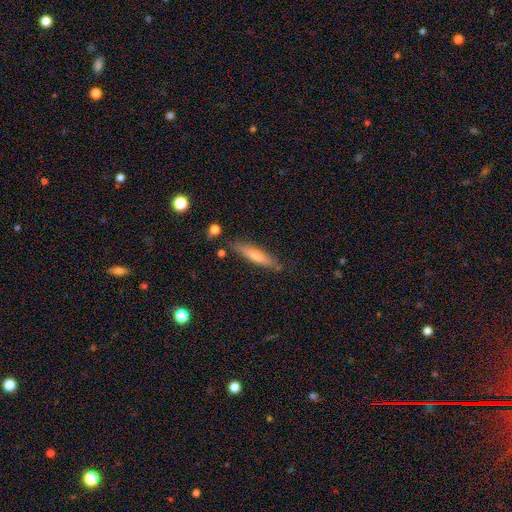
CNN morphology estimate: smooth_or_featured: smooth (p=0.55) [alt: featured or disk p=0.38]
how_rounded: cigar-shaped (p=0.84) [alt: in between p=0.14]
merging: none (p=0.83) [alt: minor disturbance p=0.12]